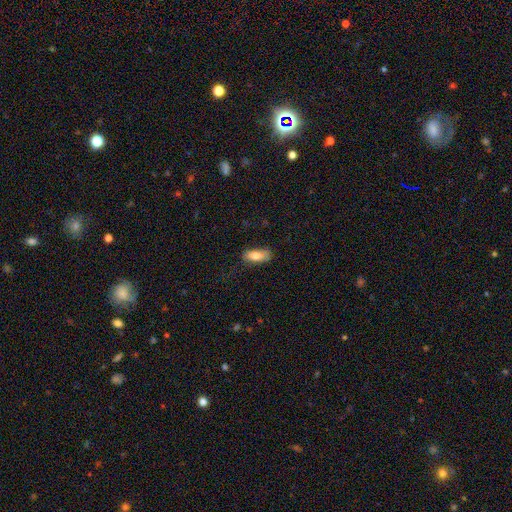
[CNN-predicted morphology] Smooth or featured: smooth — 81% (featured or disk — 12%)
How rounded: in between — 81% (cigar-shaped — 17%)
Merging: none — 70% (minor disturbance — 22%)